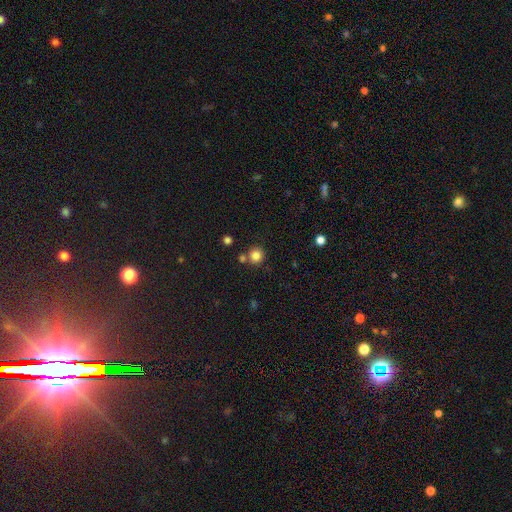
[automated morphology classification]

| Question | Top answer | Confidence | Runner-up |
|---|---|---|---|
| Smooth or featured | smooth | 83% | star or artifact (12%) |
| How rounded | round | 93% | in between (6%) |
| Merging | none | 73% | merger (16%) |